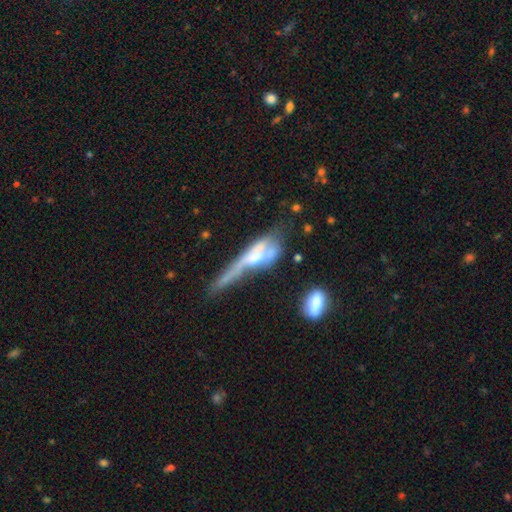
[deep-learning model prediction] Smooth or featured? Predicted: featured or disk (p=0.58). Edge-on disk? Predicted: no (p=0.61). Merging? Predicted: major disturbance (p=0.40).